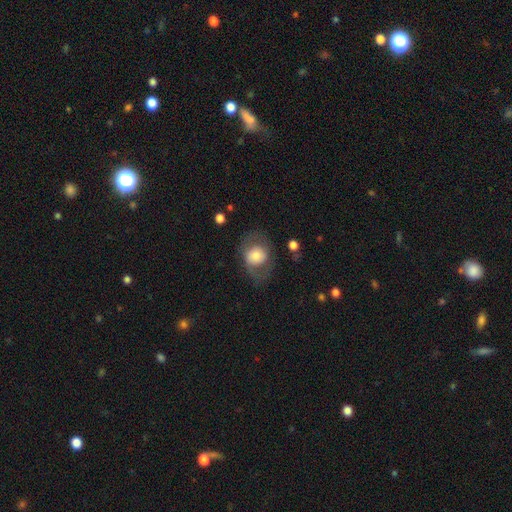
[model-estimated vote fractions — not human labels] smooth-or-featured: smooth: 61% | featured or disk: 32% | star or artifact: 7%
  how-rounded: round: 56% | in between: 43% | cigar-shaped: 1%
  merging: none: 63% | minor disturbance: 19% | major disturbance: 17% | merger: 2%